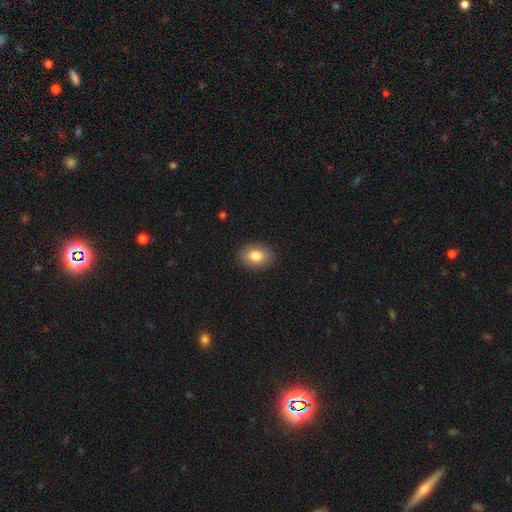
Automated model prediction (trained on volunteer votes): Smooth or featured: smooth — 82% (featured or disk — 10%)
How rounded: in between — 73% (round — 25%)
Merging: none — 89% (minor disturbance — 8%)